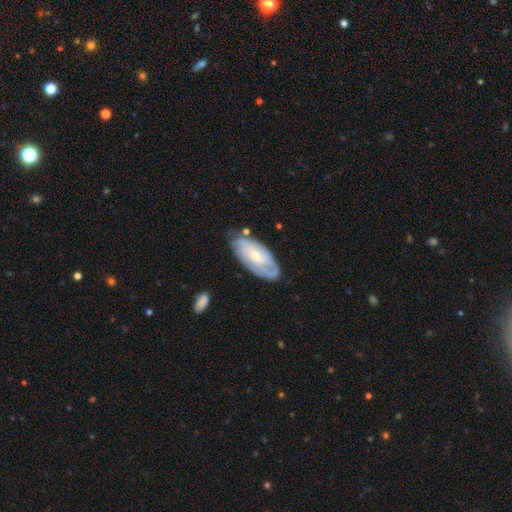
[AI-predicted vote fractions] This appears to be a featured or disk galaxy (63%) with no bar (65%), spiral arms (78%) and a small central bulge (57%). Merging: none (69%).